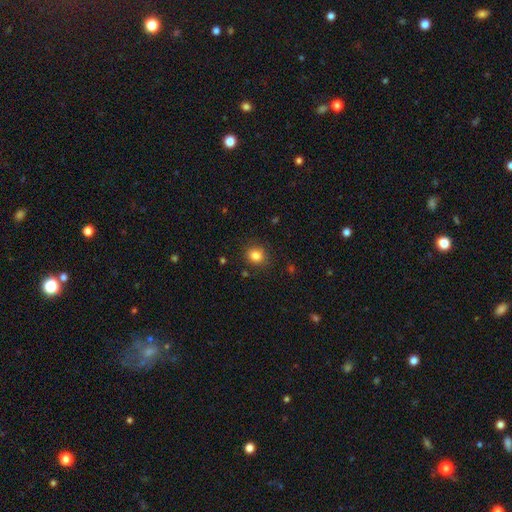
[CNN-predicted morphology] Overall: smooth (83%). How rounded: round (74%). Merging: none (85%).